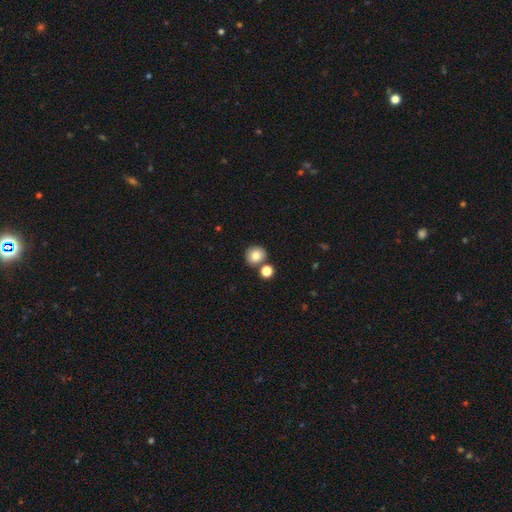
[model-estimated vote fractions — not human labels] Smooth or featured: smooth — 81% (star or artifact — 11%)
How rounded: round — 87% (in between — 12%)
Merging: none — 73% (merger — 16%)